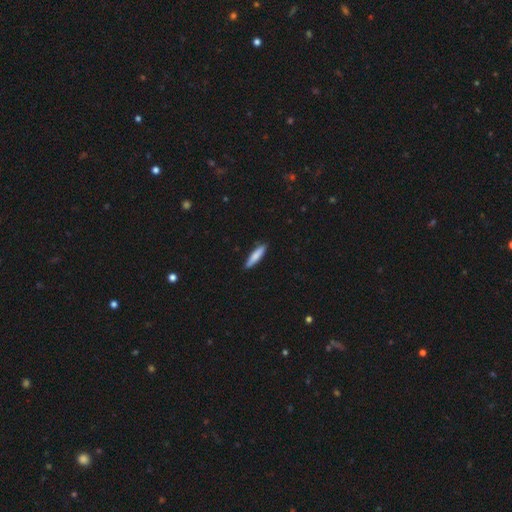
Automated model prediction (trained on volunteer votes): This appears to be a smooth galaxy with no disk features (80%) that is cigar-shaped (83%). Merging: none (88%).